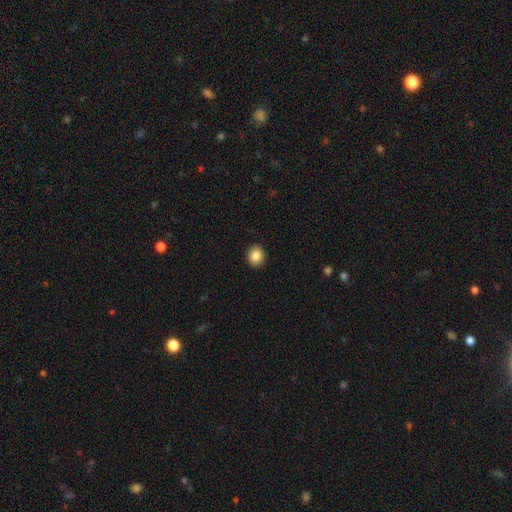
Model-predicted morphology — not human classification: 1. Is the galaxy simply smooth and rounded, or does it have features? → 87% smooth, 9% star or artifact, 4% featured or disk.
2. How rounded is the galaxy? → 72% round, 27% in between, 1% cigar-shaped.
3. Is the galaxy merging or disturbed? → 92% none, 6% minor disturbance, 2% major disturbance, 1% merger.